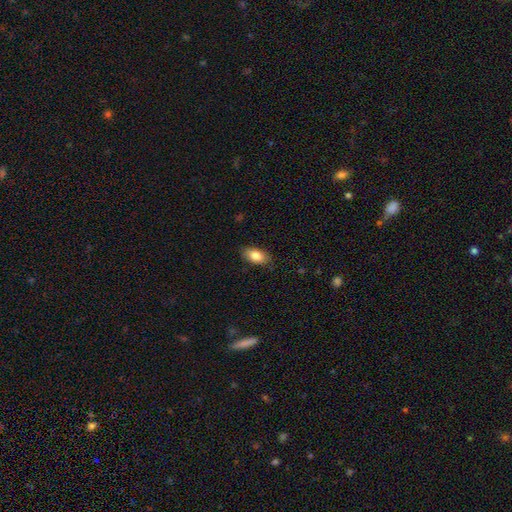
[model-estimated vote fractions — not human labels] Smooth or featured?
  - smooth: 83% *
  - featured or disk: 10%
  - star or artifact: 7%
How rounded?
  - in between: 90% *
  - round: 5%
  - cigar-shaped: 5%
Merging?
  - none: 85% *
  - minor disturbance: 12%
  - major disturbance: 2%
  - merger: 1%